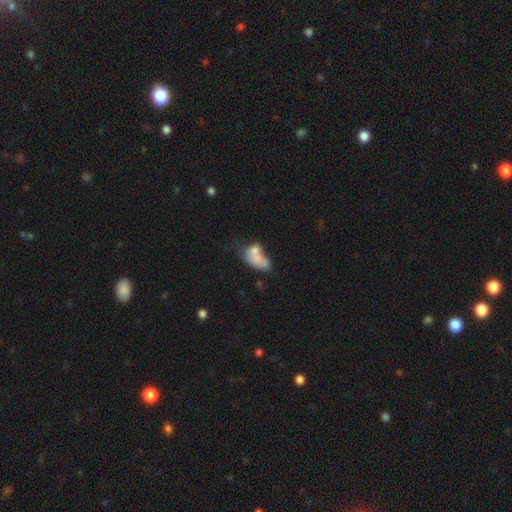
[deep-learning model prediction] A smooth galaxy with no disk features (65%) that is in between round and cigar-shaped (84%). Merging: merger (54%).